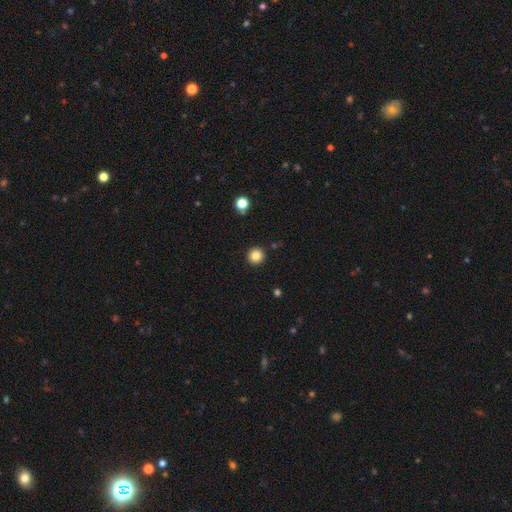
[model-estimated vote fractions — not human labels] Smooth or featured?
  - smooth: 83% *
  - star or artifact: 12%
  - featured or disk: 5%
How rounded?
  - round: 95% *
  - in between: 4%
  - cigar-shaped: 1%
Merging?
  - none: 92% *
  - minor disturbance: 5%
  - major disturbance: 2%
  - merger: 2%